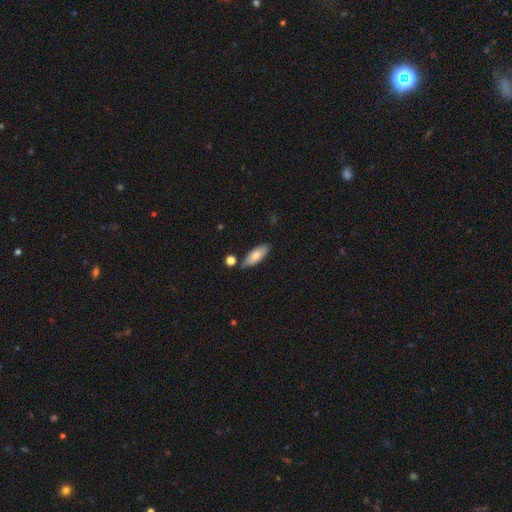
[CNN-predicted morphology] Smooth or featured? Predicted: smooth (p=0.77). How rounded? Predicted: in between (p=0.74). Merging? Predicted: none (p=0.78).